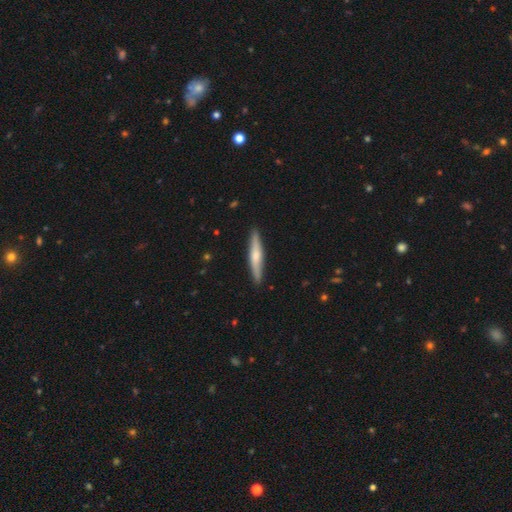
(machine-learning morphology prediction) Smooth or featured?
  - smooth: 49% *
  - featured or disk: 46%
  - star or artifact: 5%
Merging?
  - none: 90% *
  - minor disturbance: 7%
  - major disturbance: 1%
  - merger: 1%